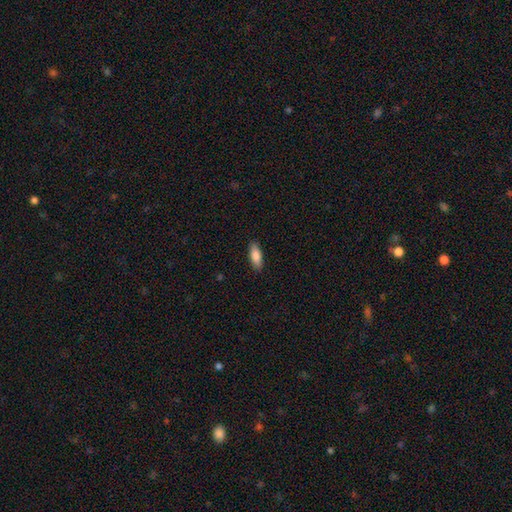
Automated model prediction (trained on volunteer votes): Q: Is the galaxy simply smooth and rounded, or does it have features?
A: smooth — 85%.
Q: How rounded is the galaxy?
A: in between — 72%.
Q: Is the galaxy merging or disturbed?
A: none — 89%.